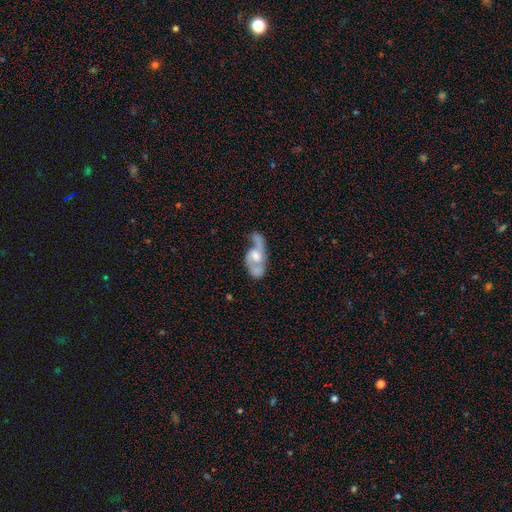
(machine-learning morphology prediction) Smooth or featured: featured or disk — 72% (smooth — 21%)
Edge-on disk: no — 94% (yes — 6%)
Bar: no — 56% (weak — 36%)
Spiral arms: yes — 82% (no — 18%)
Spiral winding: loose — 50% (medium — 38%)
Spiral arm count: 2 — 75% (1 — 13%)
Bulge size: moderate — 50% (large — 22%)
Merging: none — 35% (major disturbance — 30%)